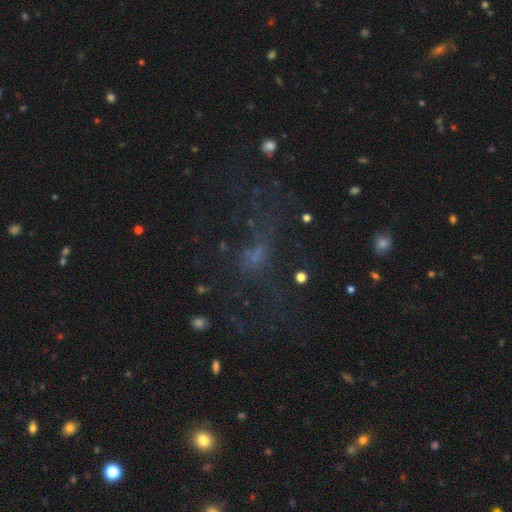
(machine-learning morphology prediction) Overall: star or artifact (35%; smooth 34%).